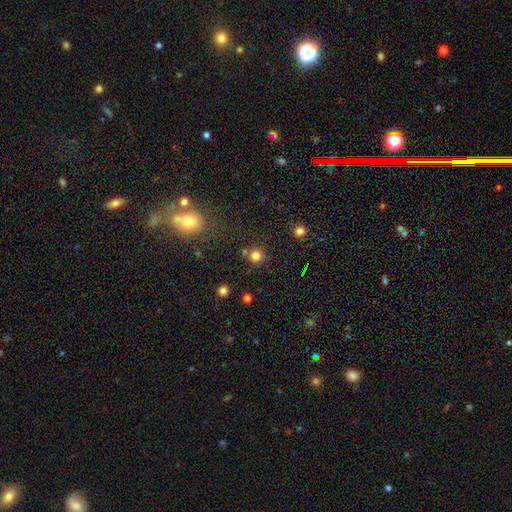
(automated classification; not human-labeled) Smooth or featured: smooth — 79% (star or artifact — 15%)
How rounded: round — 92% (in between — 7%)
Merging: none — 77% (merger — 11%)